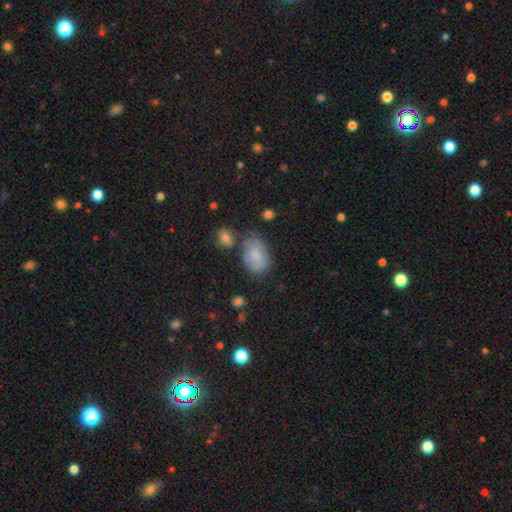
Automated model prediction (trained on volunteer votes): Smooth or featured? smooth (78%)
How rounded? in between (87%)
Merging? none (57%)